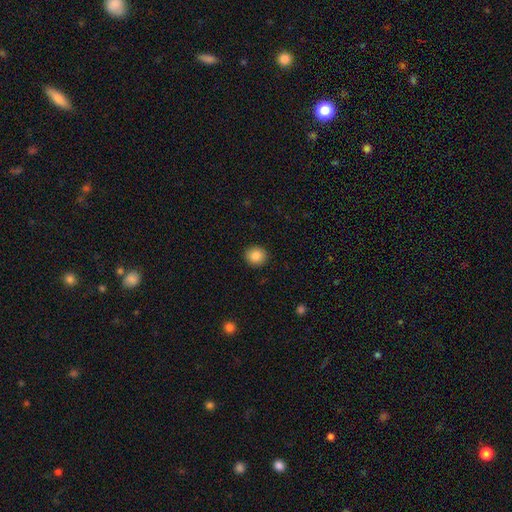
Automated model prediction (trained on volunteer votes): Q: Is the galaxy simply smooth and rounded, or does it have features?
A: smooth — 86%.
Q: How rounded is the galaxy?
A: round — 88%.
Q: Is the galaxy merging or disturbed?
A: none — 92%.